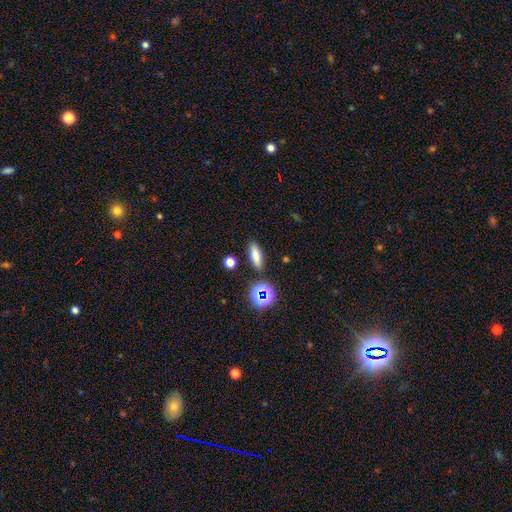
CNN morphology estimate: Smooth or featured?
  - smooth: 75% *
  - star or artifact: 15%
  - featured or disk: 10%
How rounded?
  - in between: 57% *
  - cigar-shaped: 34%
  - round: 9%
Merging?
  - none: 84% *
  - minor disturbance: 9%
  - merger: 4%
  - major disturbance: 3%